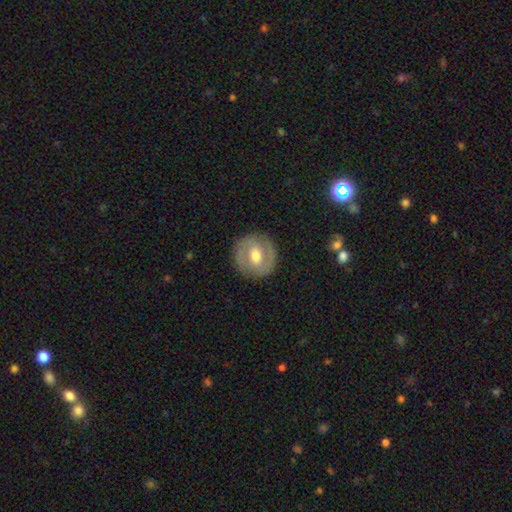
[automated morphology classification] Smooth or featured? featured or disk (60%)
Edge-on disk? no (96%)
Bar? weak (46%)
Spiral arms? yes (53%)
Bulge size? moderate (76%)
Merging? none (86%)